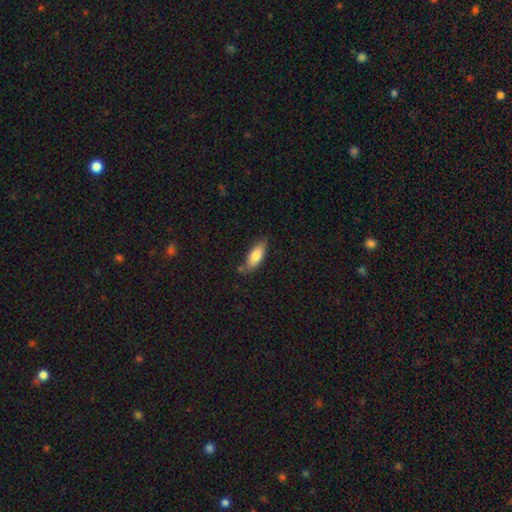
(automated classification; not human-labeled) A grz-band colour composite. It shows a smooth galaxy with no disk features (78%) that is in between round and cigar-shaped (74%). Merging: none (70%).